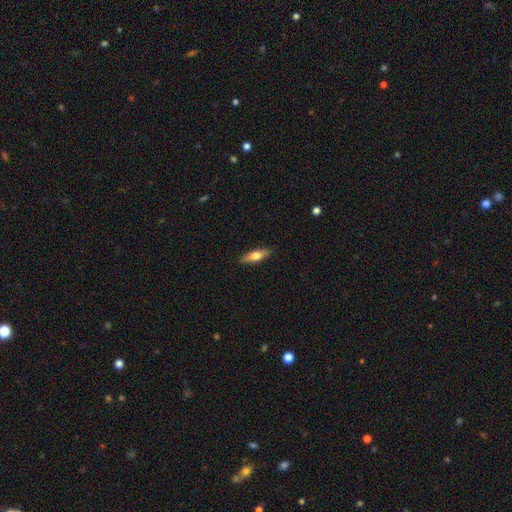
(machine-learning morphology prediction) Q: Smooth or featured?
A: smooth (61%); runner-up: featured or disk (33%)
Q: How rounded?
A: cigar-shaped (49%); runner-up: in between (48%)
Q: Merging?
A: none (88%); runner-up: minor disturbance (9%)